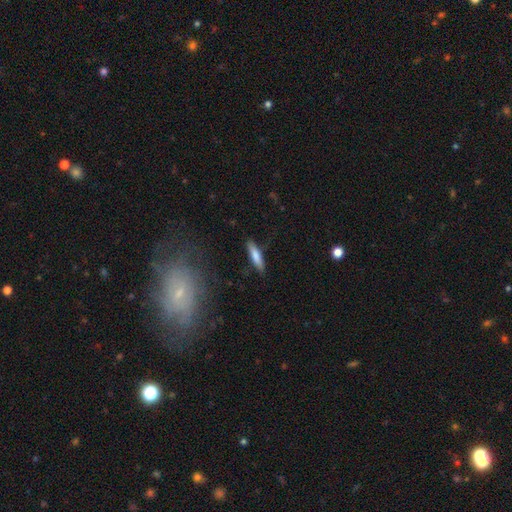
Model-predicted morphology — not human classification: This appears to be a smooth galaxy with no disk features (74%) that is cigar-shaped (78%). Merging: none (81%).